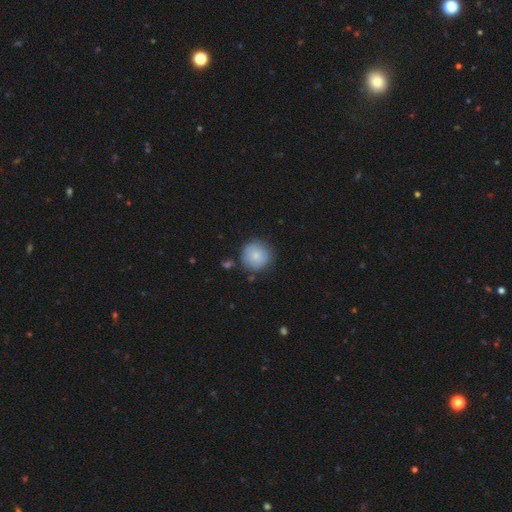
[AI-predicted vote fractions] Overall: smooth (82%). How rounded: round (94%). Merging: none (80%).